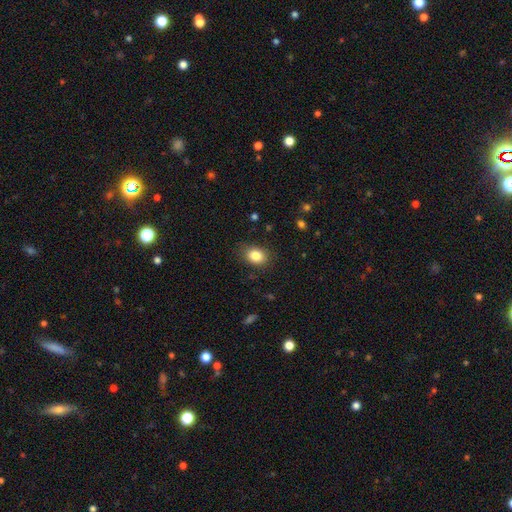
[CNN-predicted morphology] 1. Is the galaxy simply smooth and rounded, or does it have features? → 85% smooth, 9% star or artifact, 6% featured or disk.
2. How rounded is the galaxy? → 69% in between, 30% round, 1% cigar-shaped.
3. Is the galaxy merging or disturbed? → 82% none, 14% minor disturbance, 4% major disturbance, 1% merger.